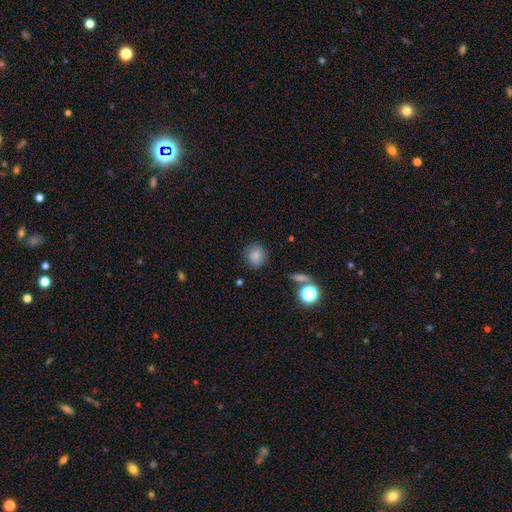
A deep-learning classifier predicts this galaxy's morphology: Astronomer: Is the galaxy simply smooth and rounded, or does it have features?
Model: smooth — 84%.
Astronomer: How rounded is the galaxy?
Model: round — 83%.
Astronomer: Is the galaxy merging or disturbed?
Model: none — 83%.